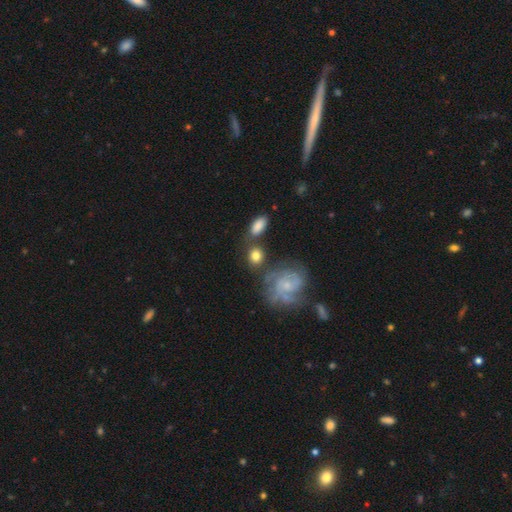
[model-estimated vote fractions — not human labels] The model was most divided on "how rounded": round: 49%, in between: 48%, cigar-shaped: 3%. More confident: smooth or featured — smooth (67%); merging — none (63%).